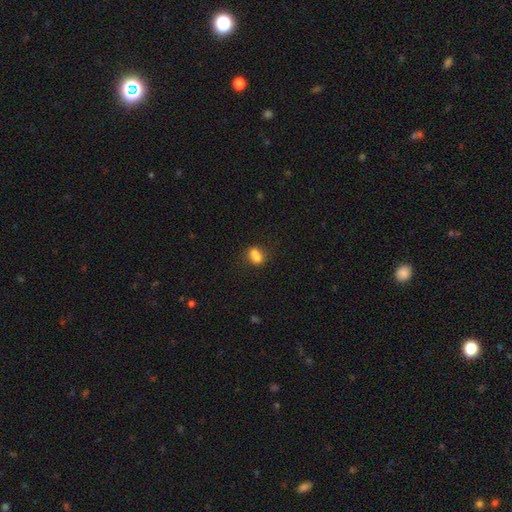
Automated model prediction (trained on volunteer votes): smooth_or_featured: smooth (p=0.74) [alt: featured or disk p=0.14]
how_rounded: in between (p=0.57) [alt: round p=0.39]
merging: merger (p=0.47) [alt: none p=0.36]